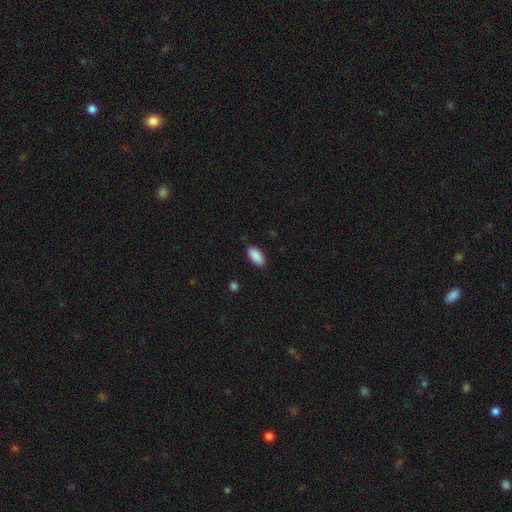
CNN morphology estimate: type=smooth (90%); roundness=in between (93%); merging=none (88%).